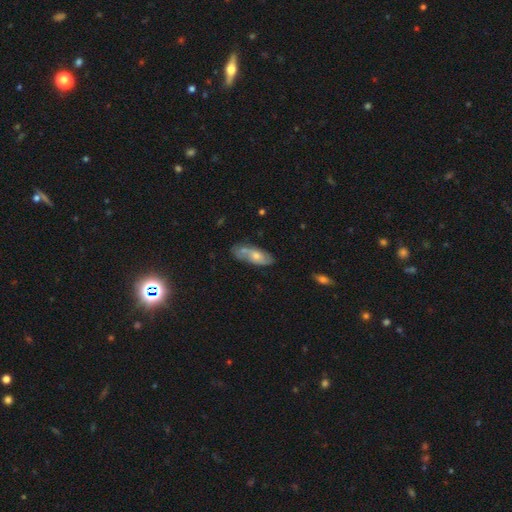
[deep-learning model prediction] This is possibly a featured or disk galaxy (56%). It is clearly not viewed edge-on (81%). Merging: likely none (67%).